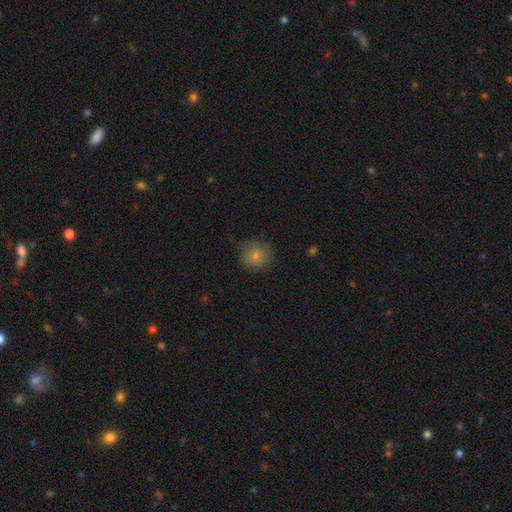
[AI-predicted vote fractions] smooth-or-featured: smooth: 82% | featured or disk: 10% | star or artifact: 9%
  how-rounded: round: 92% | in between: 7% | cigar-shaped: 1%
  merging: none: 82% | minor disturbance: 13% | major disturbance: 3% | merger: 1%